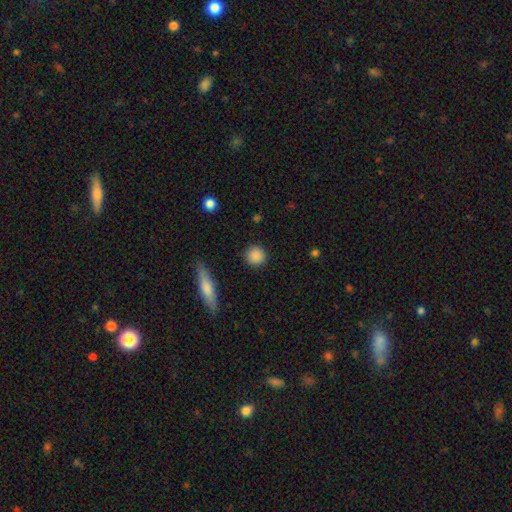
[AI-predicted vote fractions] smooth-or-featured: smooth: 88% | star or artifact: 8% | featured or disk: 4%
  how-rounded: round: 91% | in between: 7% | cigar-shaped: 2%
  merging: none: 91% | minor disturbance: 6% | major disturbance: 2% | merger: 1%